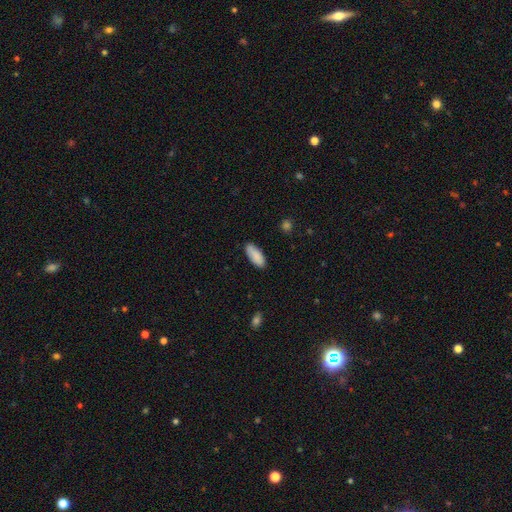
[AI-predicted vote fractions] This appears to be a smooth galaxy with no disk features (89%) that is in between round and cigar-shaped (81%). Merging: none (85%).